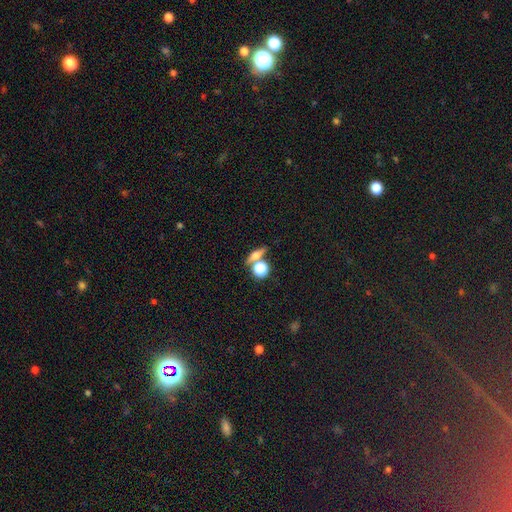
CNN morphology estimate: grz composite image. It shows a smooth galaxy with no disk features (48%). Merging: none (65%).